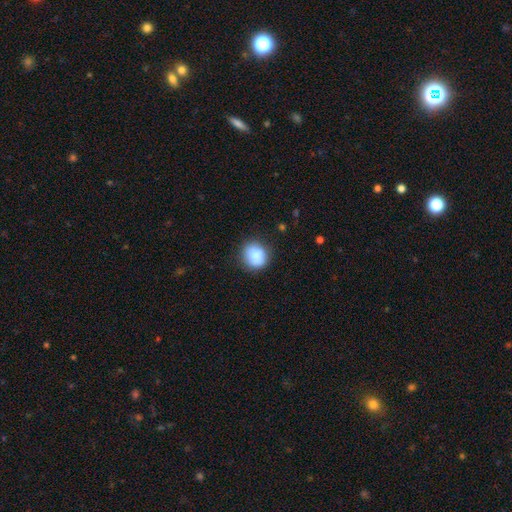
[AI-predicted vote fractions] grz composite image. It shows a smooth galaxy with no disk features (84%) that is round (77%). Merging: none (76%).